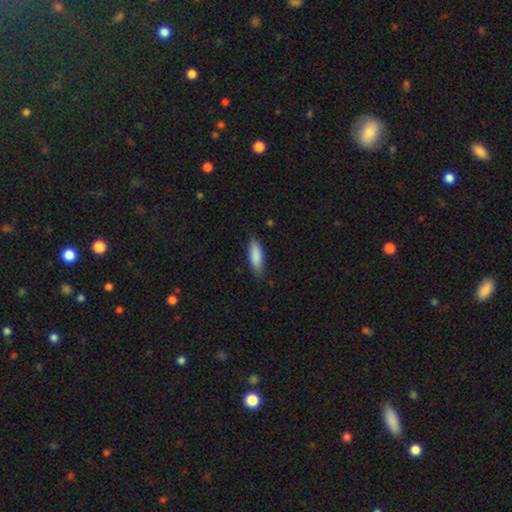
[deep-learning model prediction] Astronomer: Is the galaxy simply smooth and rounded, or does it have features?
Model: smooth — 87%.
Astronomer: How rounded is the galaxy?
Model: in between — 54% (runner-up: cigar-shaped, 44%).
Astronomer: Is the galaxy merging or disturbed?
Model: none — 82%.